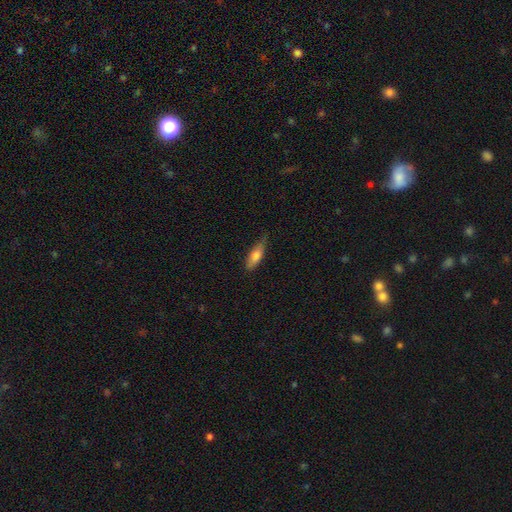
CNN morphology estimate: smooth 72%, featured or disk 22%, star or artifact 6%. Down the decision tree: how rounded — cigar-shaped (51%); merging — none (64%).